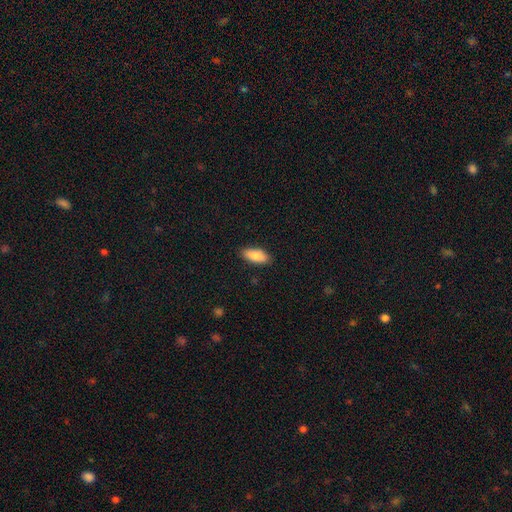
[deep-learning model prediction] smooth_or_featured: smooth (p=0.85) [alt: featured or disk p=0.08]
how_rounded: in between (p=0.79) [alt: cigar-shaped p=0.19]
merging: none (p=0.88) [alt: minor disturbance p=0.09]